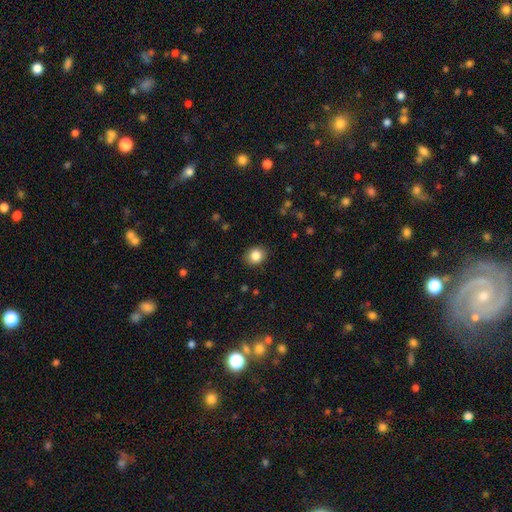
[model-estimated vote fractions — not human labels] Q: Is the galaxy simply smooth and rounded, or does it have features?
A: smooth — 85%.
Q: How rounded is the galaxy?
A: round — 72%.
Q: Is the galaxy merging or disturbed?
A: none — 89%.